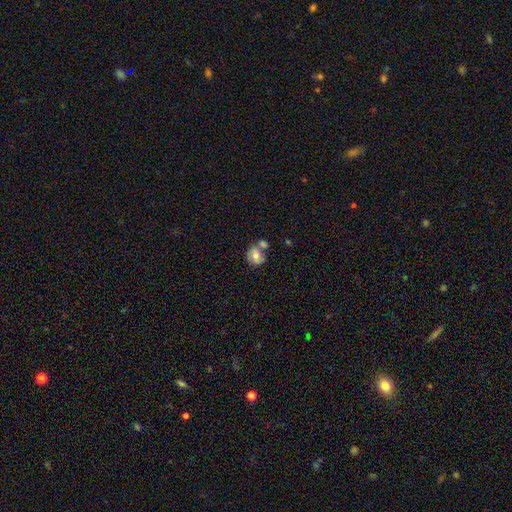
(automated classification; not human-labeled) This is likely a smooth galaxy (71%). How rounded: likely round (64%). Merging: marginally none (42%).